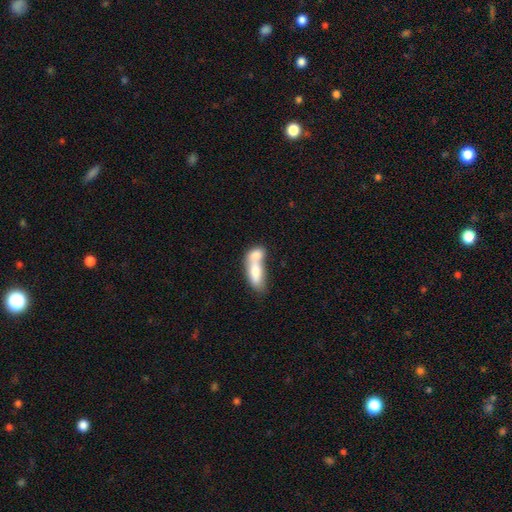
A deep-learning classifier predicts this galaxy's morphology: Overall: smooth (70%). How rounded: in between (72%). Merging: merger (75%).